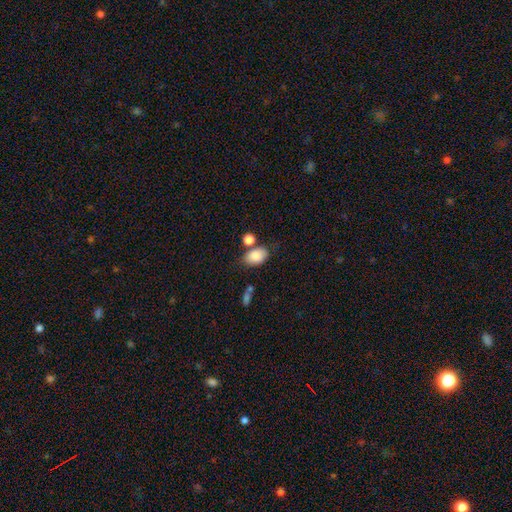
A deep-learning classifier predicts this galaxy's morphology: A smooth galaxy with no disk features (86%) that is in between round and cigar-shaped (86%).

Vote fractions:
- Smooth or featured? smooth: 86% / star or artifact: 8% / featured or disk: 7%
- How rounded? in between: 86% / round: 13% / cigar-shaped: 1%
- Merging? none: 62% / merger: 17% / minor disturbance: 16% / major disturbance: 5%